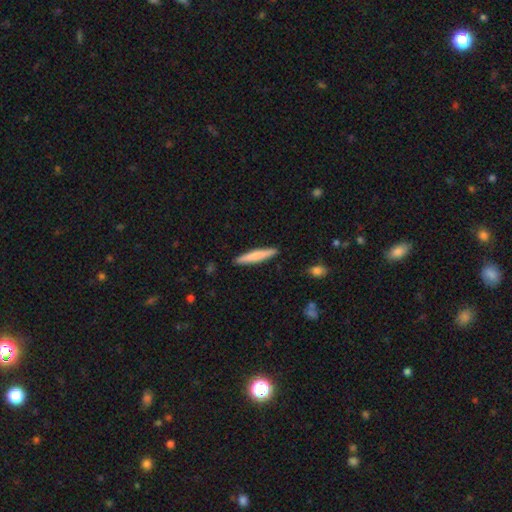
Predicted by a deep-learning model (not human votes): A smooth galaxy with no disk features (72%) that is cigar-shaped (93%).

Vote fractions:
- Smooth or featured? smooth: 72% / featured or disk: 23% / star or artifact: 5%
- How rounded? cigar-shaped: 93% / in between: 6% / round: 1%
- Merging? none: 91% / minor disturbance: 6% / major disturbance: 1% / merger: 1%